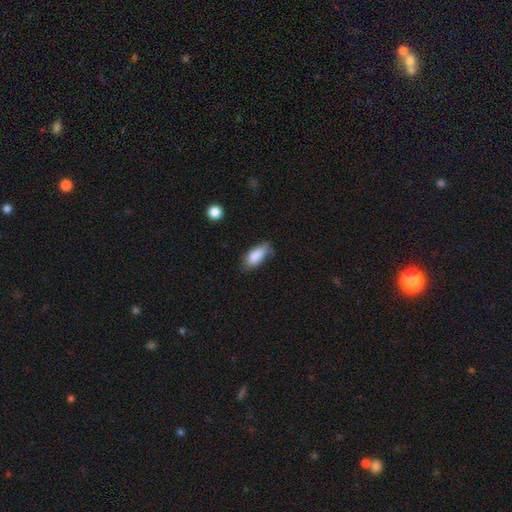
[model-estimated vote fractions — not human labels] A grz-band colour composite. It shows a smooth galaxy with no disk features (85%) that is in between round and cigar-shaped (87%). Merging: none (54%).